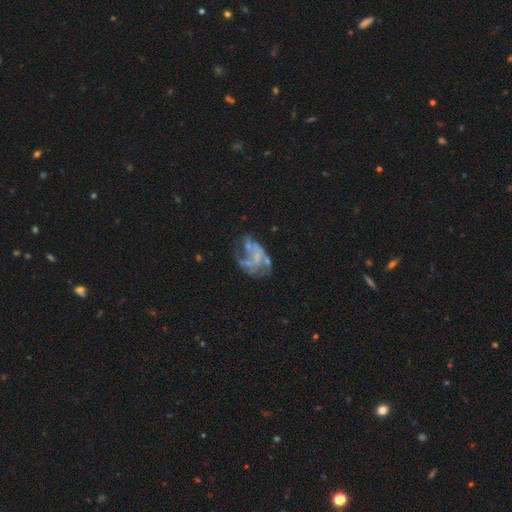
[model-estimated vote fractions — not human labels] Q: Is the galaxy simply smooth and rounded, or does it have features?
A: featured or disk — 75%.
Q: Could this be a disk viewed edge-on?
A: no — 98%.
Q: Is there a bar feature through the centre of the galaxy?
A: no — 72%.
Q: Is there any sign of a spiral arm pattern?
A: yes — 52%.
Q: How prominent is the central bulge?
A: none — 58%.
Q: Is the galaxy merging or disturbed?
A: none — 35%, tied with major disturbance.